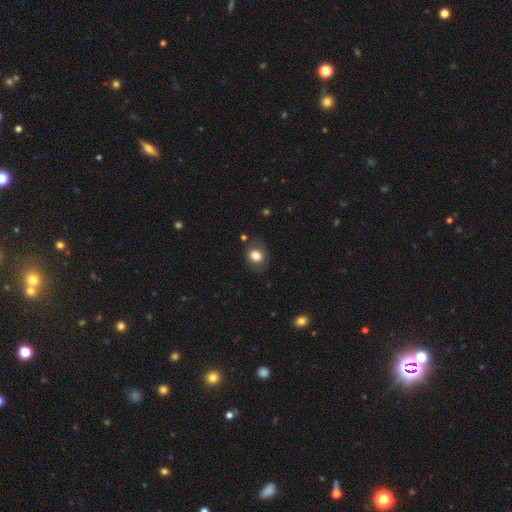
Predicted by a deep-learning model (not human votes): smooth_or_featured: smooth (p=0.80) [alt: featured or disk p=0.11]
how_rounded: round (p=0.54) [alt: in between p=0.45]
merging: none (p=0.79) [alt: minor disturbance p=0.14]